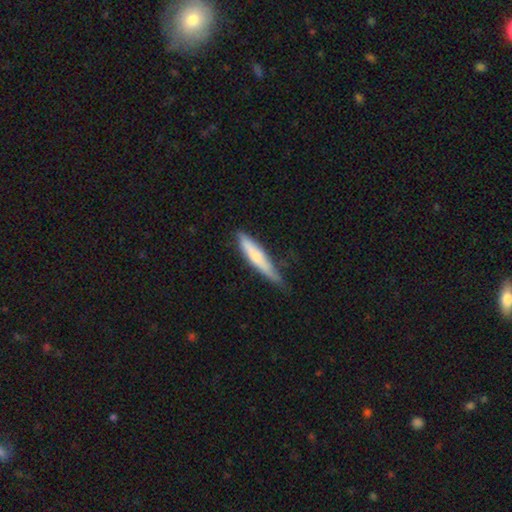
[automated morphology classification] Smooth or featured?
  - smooth: 62% *
  - featured or disk: 33%
  - star or artifact: 5%
How rounded?
  - cigar-shaped: 86% *
  - in between: 12%
  - round: 1%
Merging?
  - none: 55% *
  - minor disturbance: 35%
  - major disturbance: 7%
  - merger: 2%